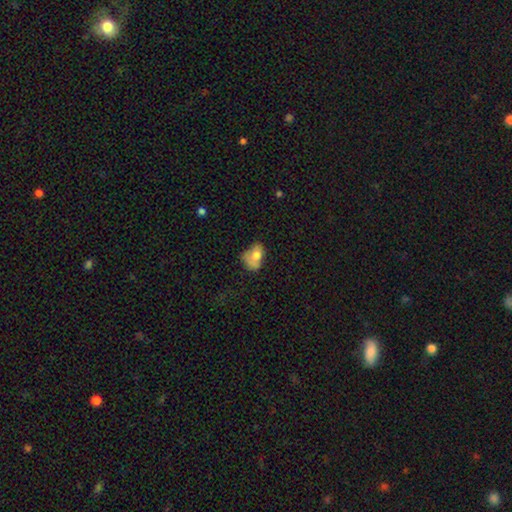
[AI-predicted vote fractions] Overall: smooth (70%). How rounded: in between (75%). Merging: minor disturbance (34%; major disturbance 28%).